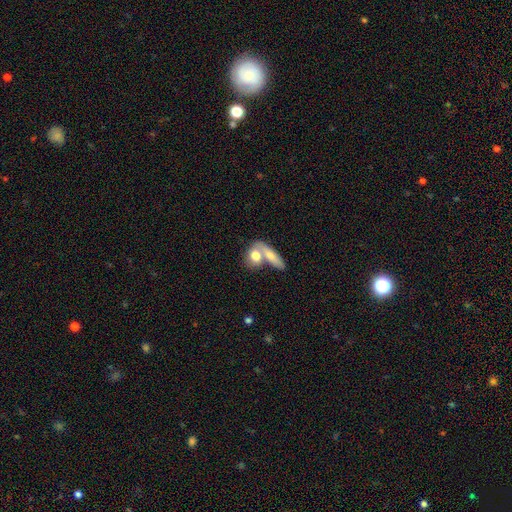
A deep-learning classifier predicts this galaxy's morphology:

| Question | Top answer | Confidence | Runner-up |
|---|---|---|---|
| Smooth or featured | smooth | 74% | featured or disk (20%) |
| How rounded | in between | 61% | round (28%) |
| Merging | merger | 55% | none (32%) |